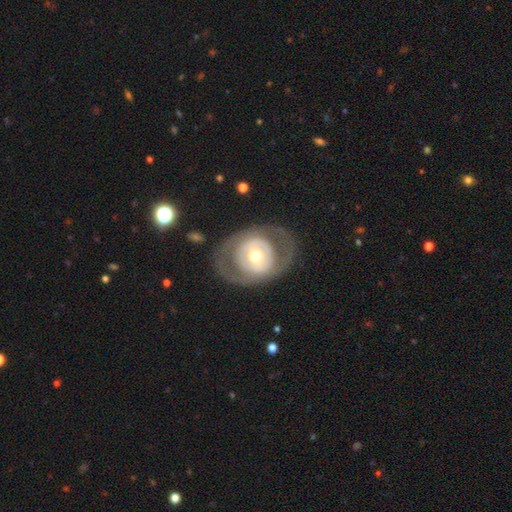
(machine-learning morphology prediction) The model was most divided on "smooth or featured": featured or disk: 64%, smooth: 31%, star or artifact: 5%. More confident: edge-on disk — no (94%); spiral arms — no (78%); merging — none (73%); bar — no (73%); bulge size — moderate (66%).